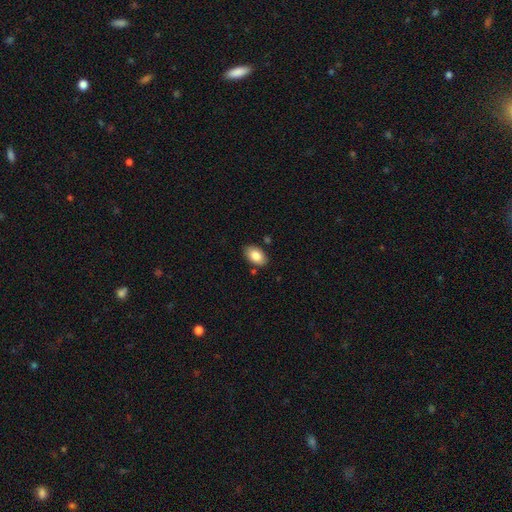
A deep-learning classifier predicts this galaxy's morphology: type=smooth (85%); roundness=in between (91%); merging=none (84%).